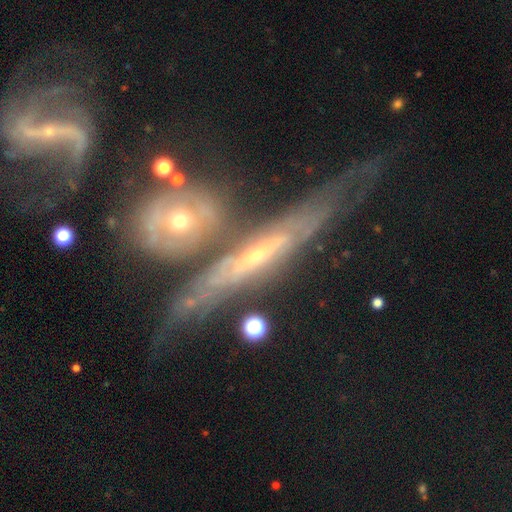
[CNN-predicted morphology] featured or disk 76%, smooth 16%, star or artifact 7%. Down the decision tree: edge-on disk — yes (61%); merging — none (45%).